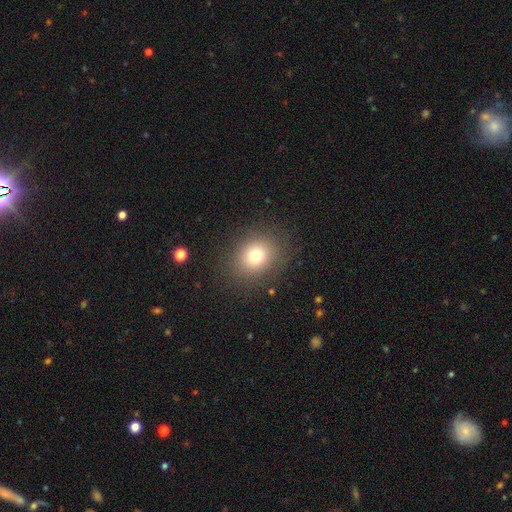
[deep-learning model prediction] Smooth or featured? Predicted: smooth (p=0.76). How rounded? Predicted: round (p=0.64). Merging? Predicted: none (p=0.85).